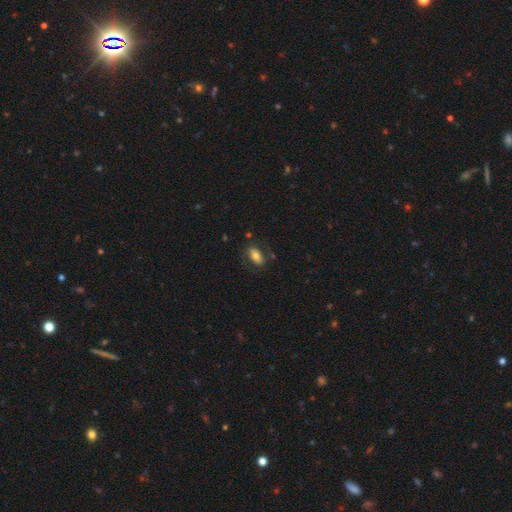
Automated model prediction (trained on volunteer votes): Smooth or featured? smooth (71%)
How rounded? in between (89%)
Merging? none (74%)